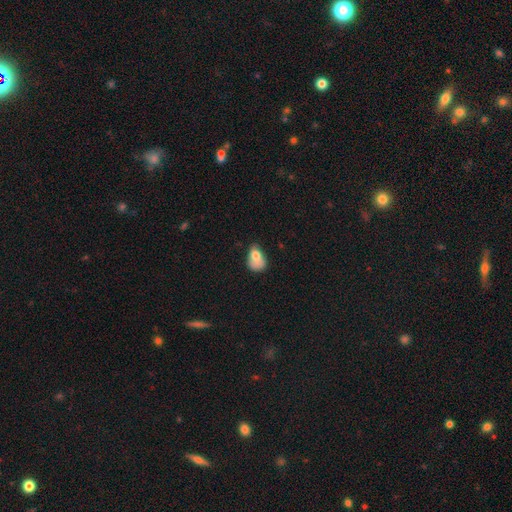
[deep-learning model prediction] The model was most divided on "merging": minor disturbance: 37%, major disturbance: 27%, none: 26%, merger: 9%. More confident: how rounded — in between (79%); smooth or featured — smooth (74%).